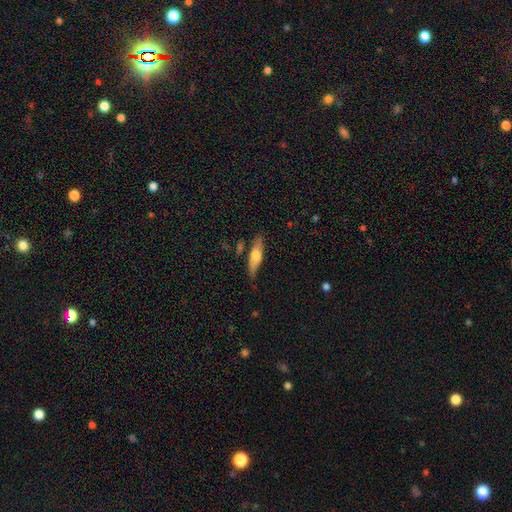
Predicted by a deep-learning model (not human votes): Overall: smooth (54%; featured or disk 40%). How rounded: cigar-shaped (65%; in between 33%). Merging: none (78%).